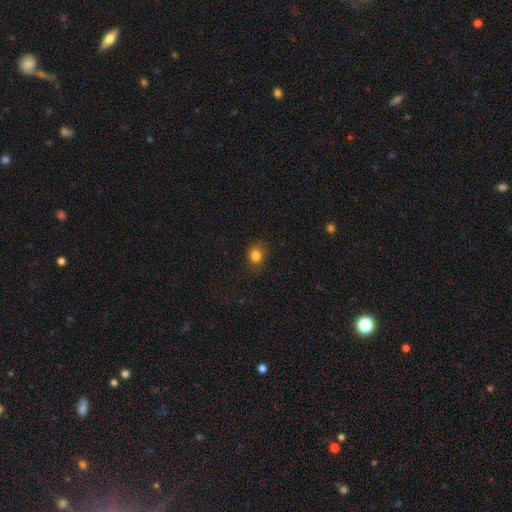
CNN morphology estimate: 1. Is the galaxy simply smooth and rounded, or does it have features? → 82% smooth, 13% star or artifact, 5% featured or disk.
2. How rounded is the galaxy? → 77% round, 22% in between, 1% cigar-shaped.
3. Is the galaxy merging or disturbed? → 83% none, 13% minor disturbance, 3% major disturbance, 1% merger.